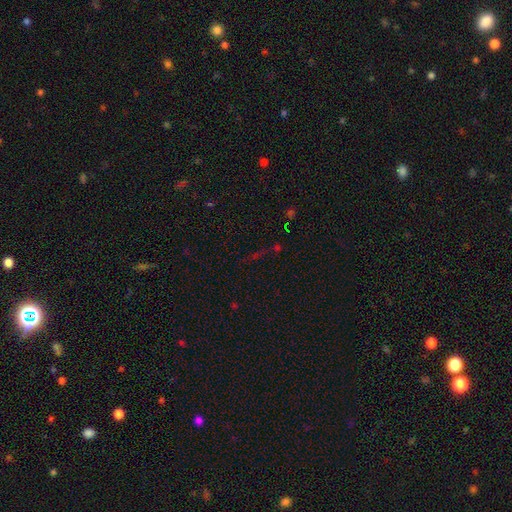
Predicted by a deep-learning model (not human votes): The model was most divided on "smooth or featured": star or artifact: 68%, smooth: 20%, featured or disk: 12%.